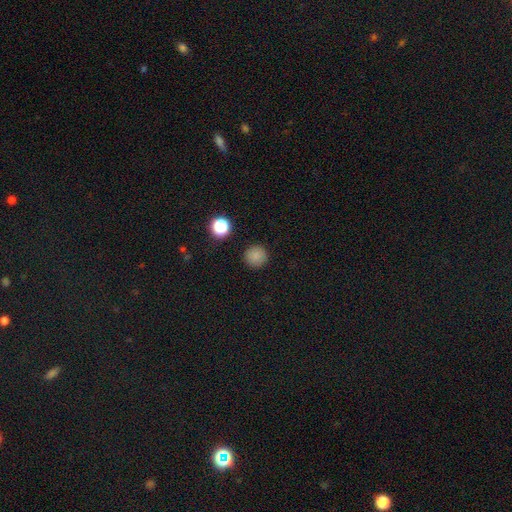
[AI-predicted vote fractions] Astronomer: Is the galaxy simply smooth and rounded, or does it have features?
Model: smooth — 83%.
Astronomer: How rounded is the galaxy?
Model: round — 95%.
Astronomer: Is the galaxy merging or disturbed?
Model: none — 90%.